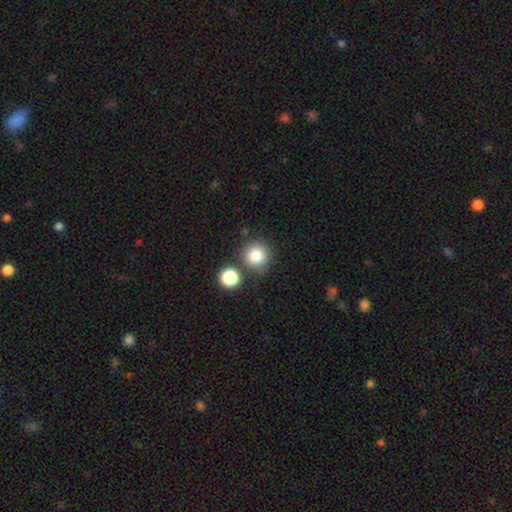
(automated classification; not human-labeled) This appears to be a smooth galaxy with no disk features (83%) that is round (93%). Merging: none (76%).